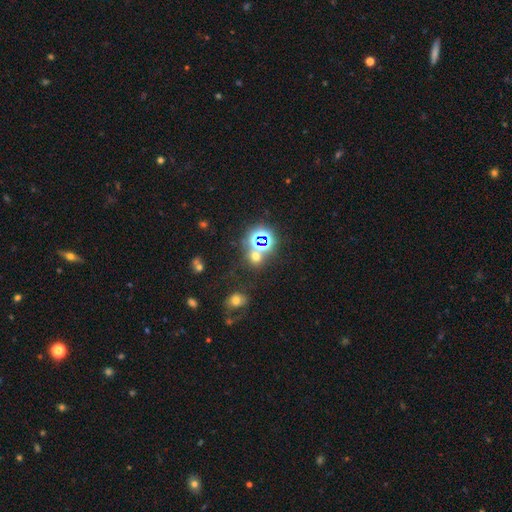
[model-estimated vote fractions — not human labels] Smooth or featured? star or artifact (54%)